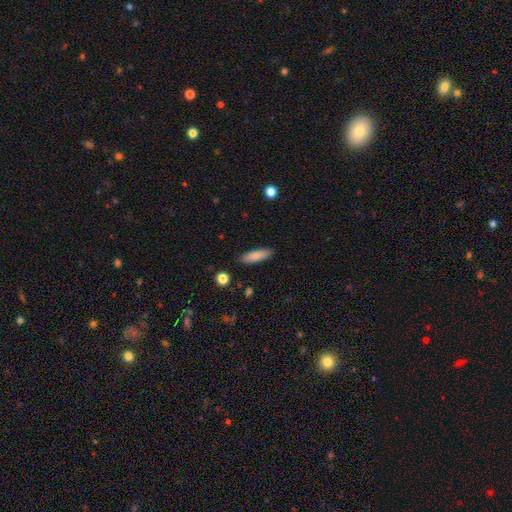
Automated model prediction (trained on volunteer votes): Smooth or featured? Predicted: smooth (p=0.84). How rounded? Predicted: cigar-shaped (p=0.55). Merging? Predicted: none (p=0.88).